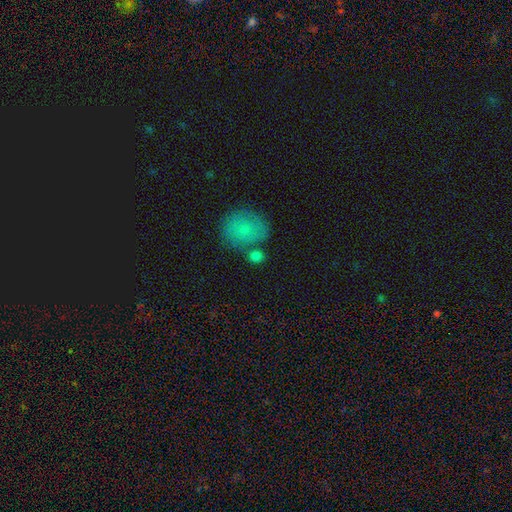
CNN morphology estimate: Smooth or featured? smooth (80%)
How rounded? round (65%)
Merging? none (61%)